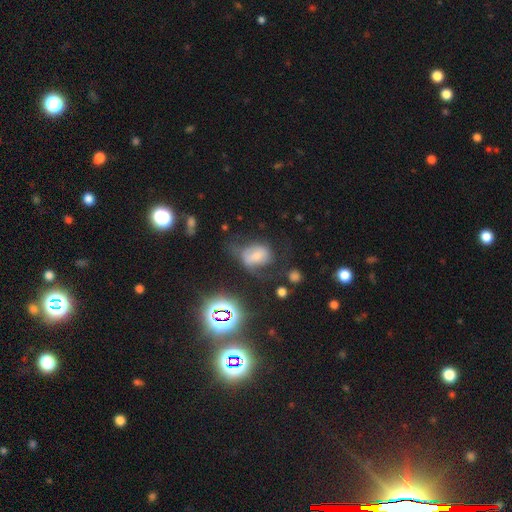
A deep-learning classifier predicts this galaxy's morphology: This is possibly a smooth galaxy (52%). How rounded: likely in between (71%). Merging: marginally major disturbance (35%).